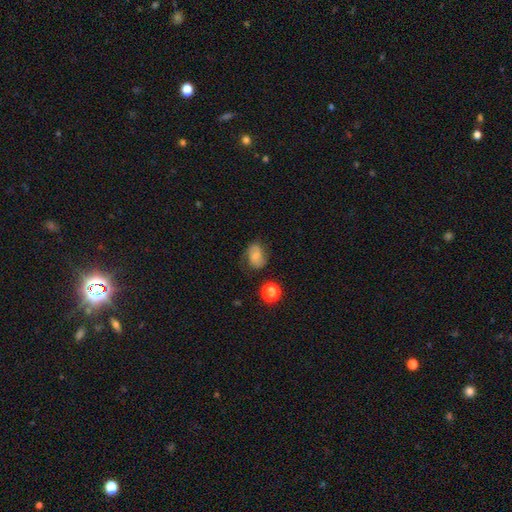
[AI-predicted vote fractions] Smooth or featured? smooth (60%)
How rounded? in between (67%)
Merging? none (60%)